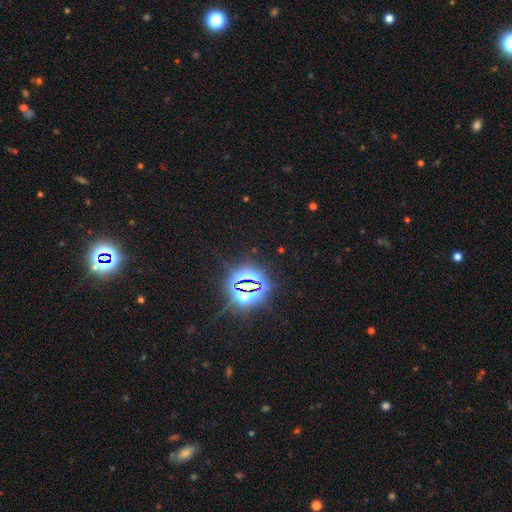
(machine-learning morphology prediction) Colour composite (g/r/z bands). It shows a star or artifact, not a galaxy (82%).